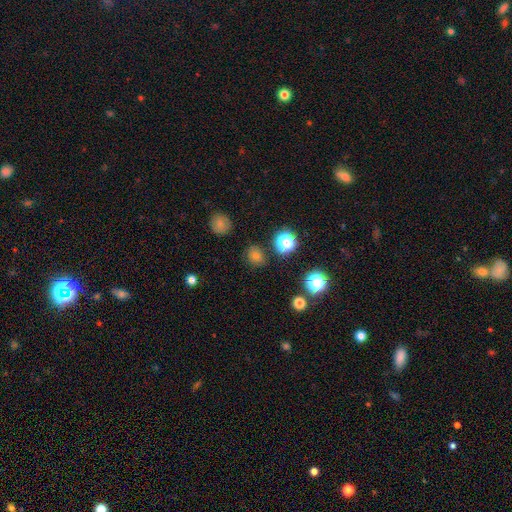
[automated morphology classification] Q: Smooth or featured?
A: smooth (61%); runner-up: star or artifact (30%)
Q: How rounded?
A: round (78%); runner-up: in between (21%)
Q: Merging?
A: none (85%); runner-up: minor disturbance (9%)